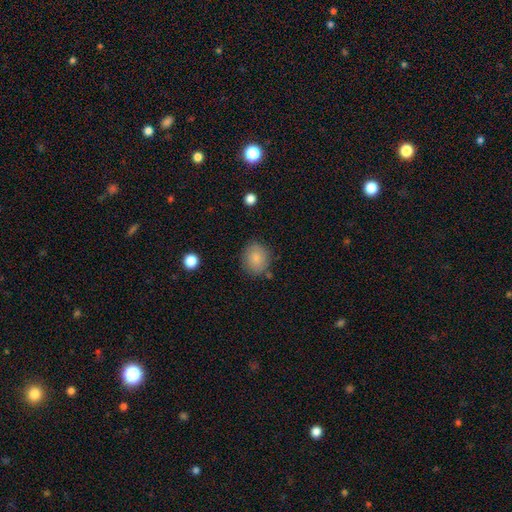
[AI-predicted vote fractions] Smooth or featured: smooth — 84% (star or artifact — 8%)
How rounded: round — 74% (in between — 25%)
Merging: none — 81% (minor disturbance — 12%)